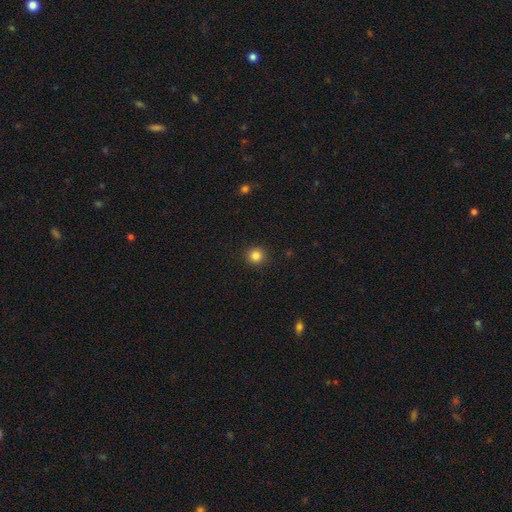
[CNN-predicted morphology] Q: Smooth or featured?
A: smooth (84%); runner-up: star or artifact (12%)
Q: How rounded?
A: round (95%); runner-up: in between (4%)
Q: Merging?
A: none (92%); runner-up: minor disturbance (5%)